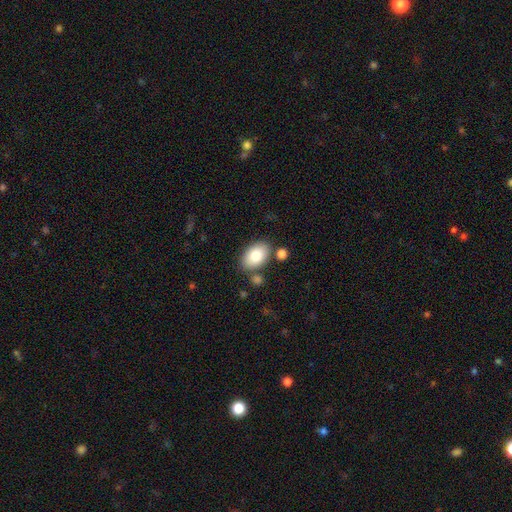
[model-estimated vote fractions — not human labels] Smooth or featured? smooth (82%)
How rounded? in between (91%)
Merging? none (77%)